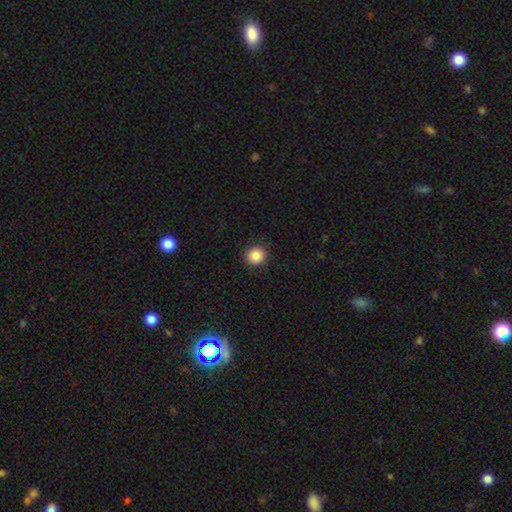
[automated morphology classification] Smooth or featured? smooth (85%)
How rounded? round (92%)
Merging? none (91%)